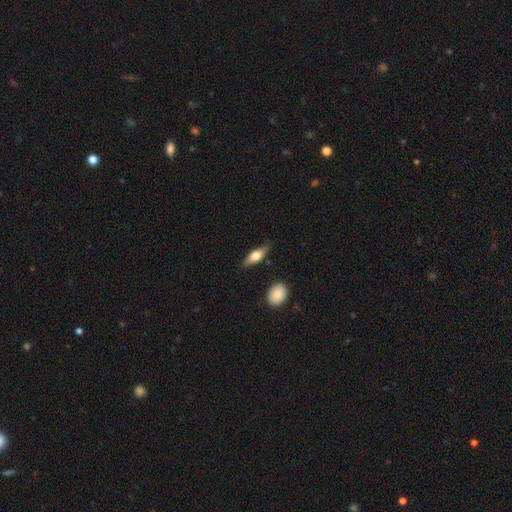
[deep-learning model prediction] Smooth or featured: smooth — 66% (featured or disk — 28%)
How rounded: in between — 65% (cigar-shaped — 32%)
Merging: none — 77% (minor disturbance — 17%)